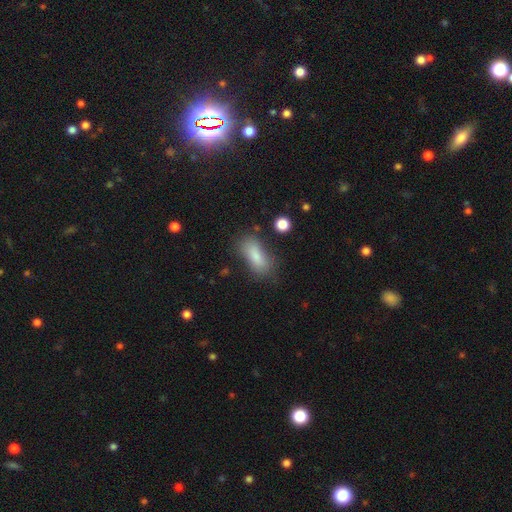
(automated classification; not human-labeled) smooth-or-featured: smooth: 82% | featured or disk: 10% | star or artifact: 9%
  how-rounded: in between: 78% | cigar-shaped: 19% | round: 4%
  merging: none: 66% | minor disturbance: 21% | major disturbance: 8% | merger: 4%